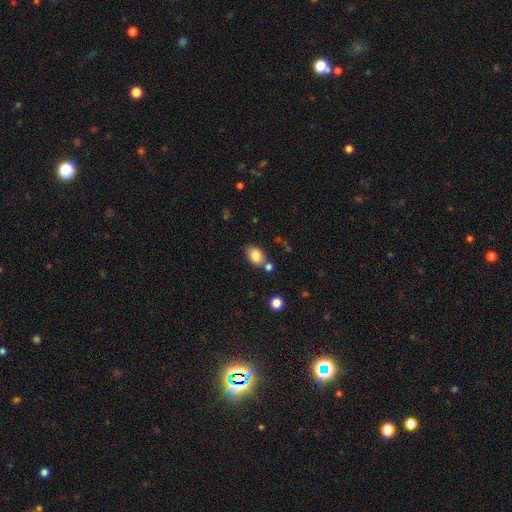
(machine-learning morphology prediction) type=smooth (85%); roundness=in between (80%); merging=none (64%).